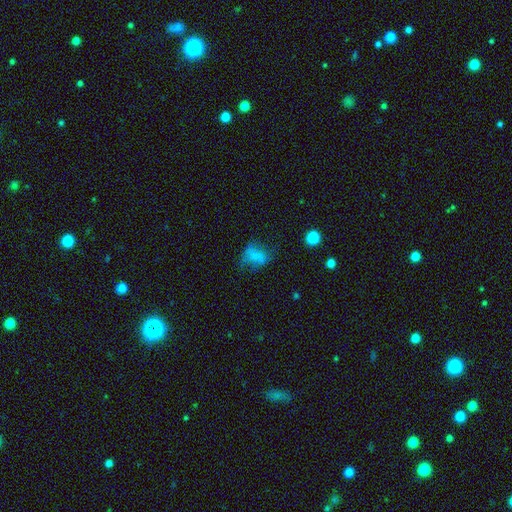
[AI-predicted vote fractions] smooth 61%, featured or disk 23%, star or artifact 16%. Down the decision tree: how rounded — in between (72%); merging — none (41%).